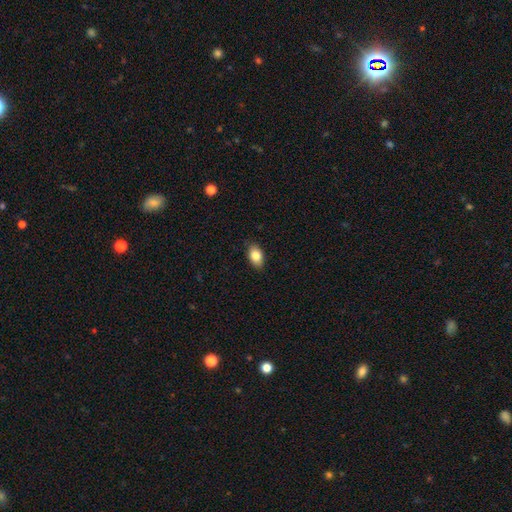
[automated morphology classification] smooth-or-featured: smooth: 84% | featured or disk: 8% | star or artifact: 8%
  how-rounded: in between: 89% | round: 9% | cigar-shaped: 2%
  merging: none: 87% | minor disturbance: 10% | major disturbance: 2% | merger: 1%